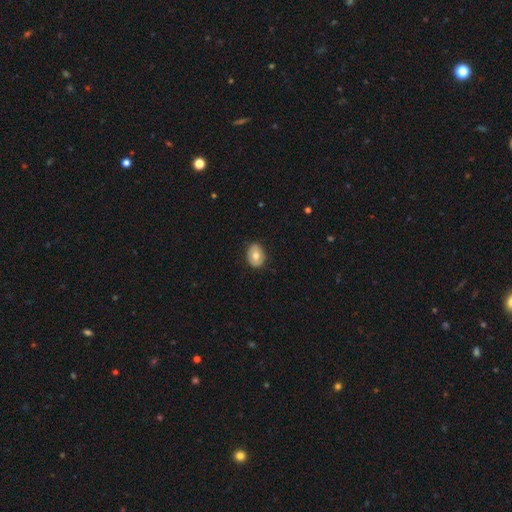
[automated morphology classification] Smooth or featured: smooth — 65% (featured or disk — 28%)
How rounded: in between — 54% (round — 45%)
Merging: none — 83% (minor disturbance — 13%)